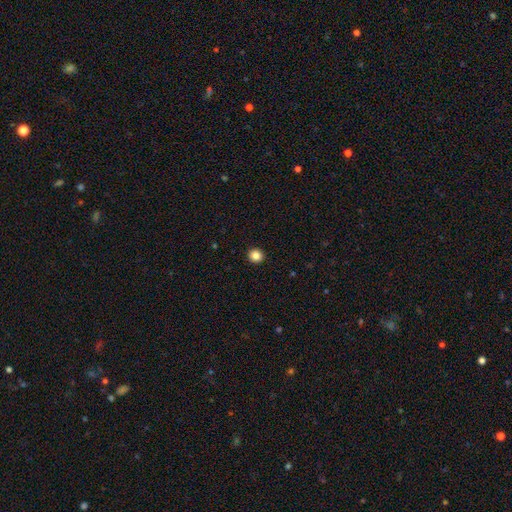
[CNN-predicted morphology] smooth-or-featured: smooth: 85% | star or artifact: 11% | featured or disk: 4%
  how-rounded: round: 90% | in between: 9% | cigar-shaped: 1%
  merging: none: 93% | minor disturbance: 4% | major disturbance: 1% | merger: 1%